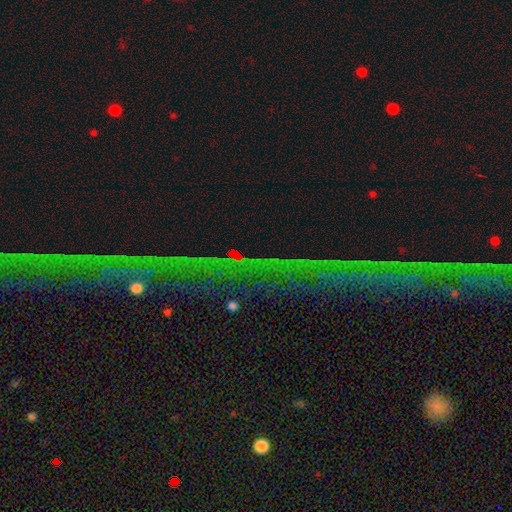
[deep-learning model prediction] This is likely a star or artifact rather than a galaxy (74%).